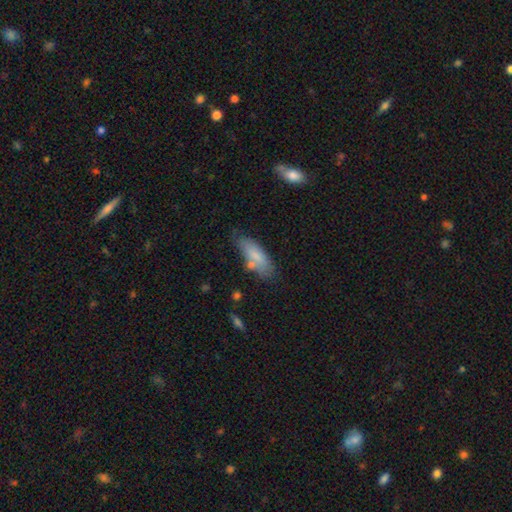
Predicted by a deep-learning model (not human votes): Overall: smooth (78%). How rounded: in between (65%; cigar-shaped 33%). Merging: none (67%).